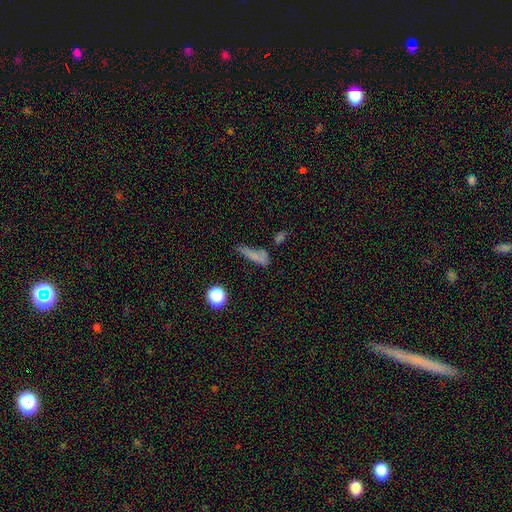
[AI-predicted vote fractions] Smooth or featured? Predicted: smooth (p=0.65). How rounded? Predicted: cigar-shaped (p=0.58). Merging? Predicted: none (p=0.42).